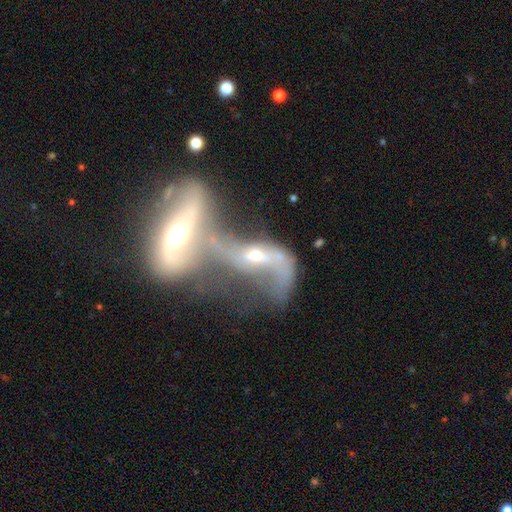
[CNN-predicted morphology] Q: Smooth or featured?
A: featured or disk (76%); runner-up: smooth (16%)
Q: Edge-on disk?
A: no (87%); runner-up: yes (13%)
Q: Bar?
A: no (48%); runner-up: weak (33%)
Q: Spiral arms?
A: yes (79%); runner-up: no (21%)
Q: Spiral winding?
A: loose (71%); runner-up: medium (21%)
Q: Spiral arm count?
A: 2 (70%); runner-up: can't tell (14%)
Q: Bulge size?
A: moderate (62%); runner-up: small (28%)
Q: Merging?
A: merger (83%); runner-up: major disturbance (8%)